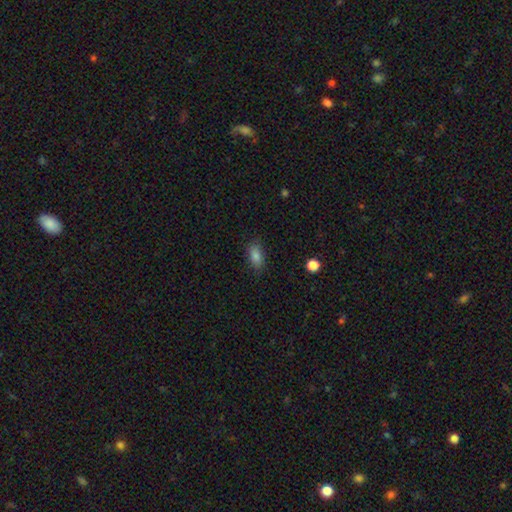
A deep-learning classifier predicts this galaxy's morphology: smooth_or_featured: smooth (p=0.83) [alt: star or artifact p=0.10]
how_rounded: in between (p=0.85) [alt: cigar-shaped p=0.09]
merging: none (p=0.82) [alt: minor disturbance p=0.14]